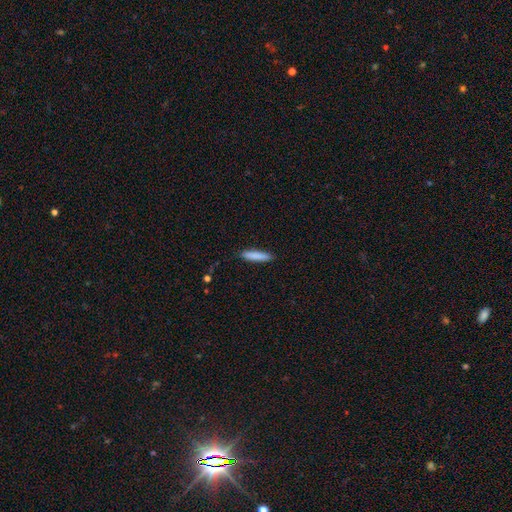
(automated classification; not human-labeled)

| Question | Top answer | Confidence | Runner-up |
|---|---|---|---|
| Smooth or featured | smooth | 85% | featured or disk (9%) |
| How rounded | cigar-shaped | 88% | in between (11%) |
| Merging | none | 89% | minor disturbance (8%) |